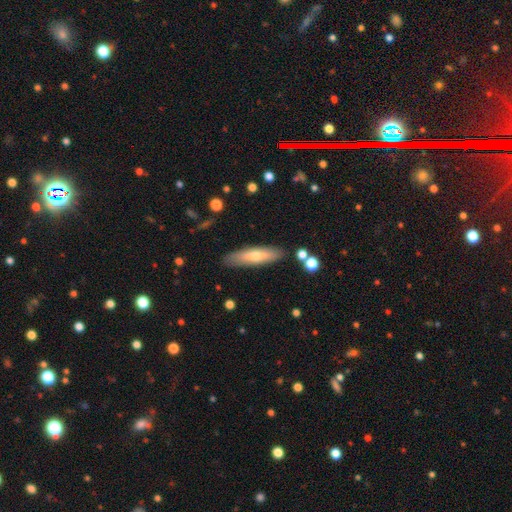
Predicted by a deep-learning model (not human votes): This is possibly a smooth galaxy (58%). How rounded: likely cigar-shaped (72%). Merging: clearly none (85%).